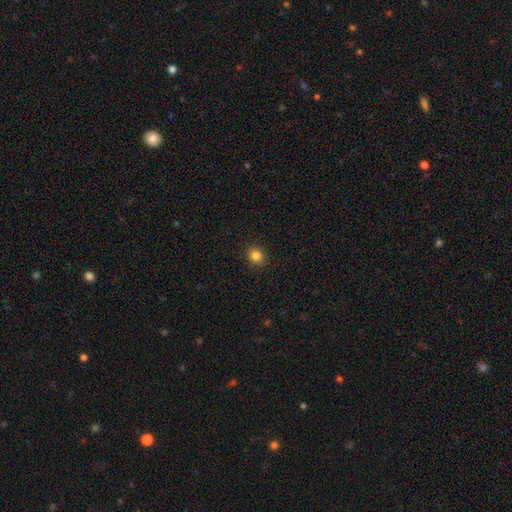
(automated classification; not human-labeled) smooth 84%, star or artifact 12%, featured or disk 4%. Down the decision tree: how rounded — round (71%); merging — none (91%).